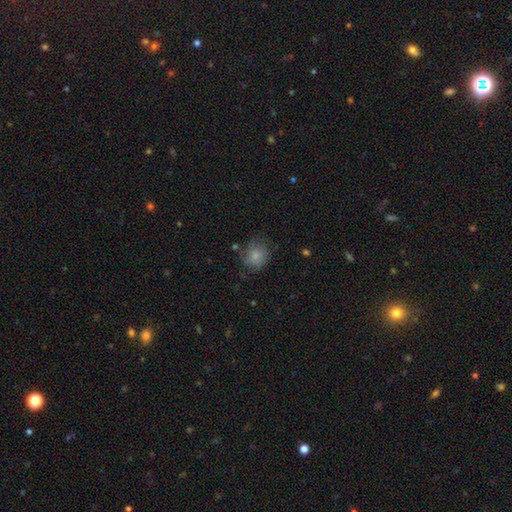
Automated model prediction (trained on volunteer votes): Smooth or featured? Predicted: smooth (p=0.79). How rounded? Predicted: round (p=0.78). Merging? Predicted: none (p=0.66).